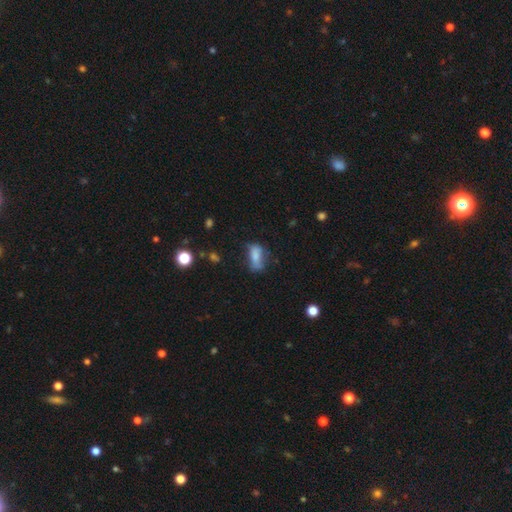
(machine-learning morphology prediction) A smooth galaxy with no disk features (71%) that is in between round and cigar-shaped (82%).

Vote fractions:
- Smooth or featured? smooth: 71% / featured or disk: 19% / star or artifact: 11%
- How rounded? in between: 82% / cigar-shaped: 12% / round: 6%
- Merging? none: 42% / minor disturbance: 32% / major disturbance: 21% / merger: 5%